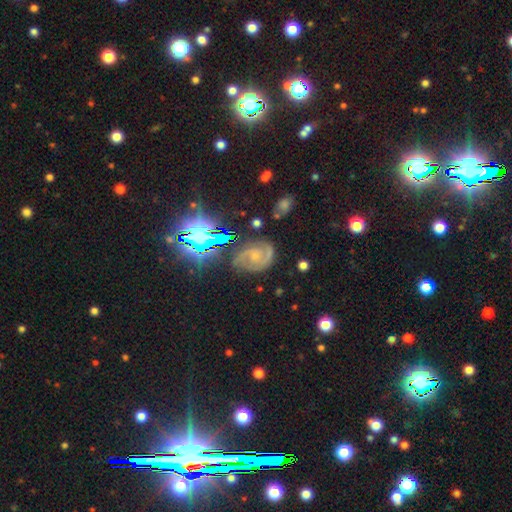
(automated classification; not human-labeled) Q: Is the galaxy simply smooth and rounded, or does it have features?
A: featured or disk — 72%.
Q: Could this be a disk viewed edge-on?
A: no — 97%.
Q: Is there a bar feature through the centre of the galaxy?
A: no — 57%.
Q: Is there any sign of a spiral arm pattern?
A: yes — 95%.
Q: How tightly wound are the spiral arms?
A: medium — 49%.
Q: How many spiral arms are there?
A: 2 — 74%.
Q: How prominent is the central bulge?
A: small — 62%.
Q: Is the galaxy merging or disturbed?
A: none — 70%.